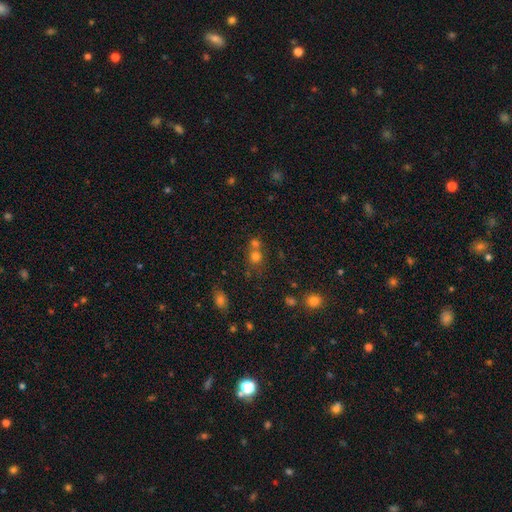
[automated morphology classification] smooth-or-featured: smooth: 72% | star or artifact: 17% | featured or disk: 11%
  how-rounded: round: 83% | in between: 16% | cigar-shaped: 1%
  merging: none: 47% | merger: 42% | minor disturbance: 7% | major disturbance: 3%